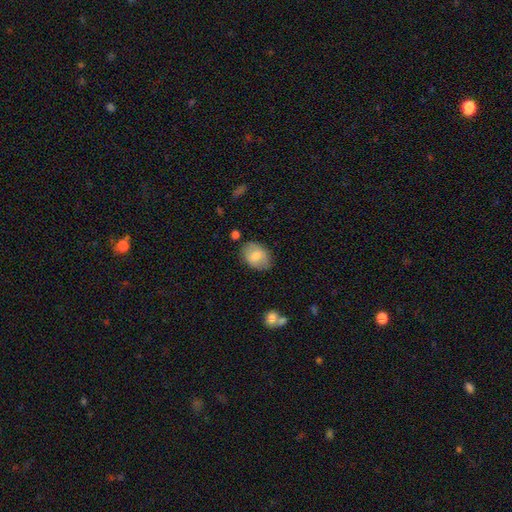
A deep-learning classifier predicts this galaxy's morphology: smooth_or_featured: smooth (p=0.72) [alt: featured or disk p=0.21]
how_rounded: in between (p=0.74) [alt: round p=0.25]
merging: none (p=0.79) [alt: minor disturbance p=0.15]